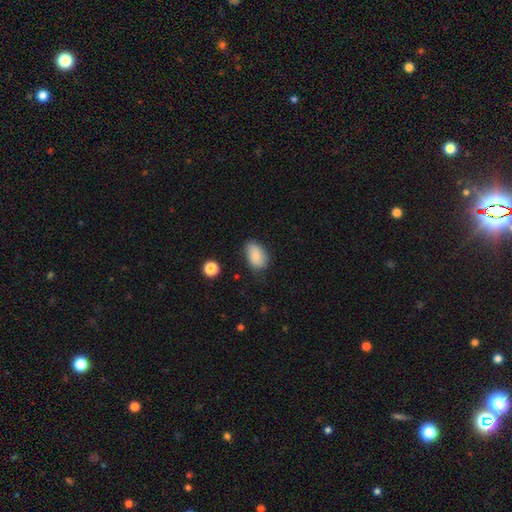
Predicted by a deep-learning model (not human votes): A smooth galaxy with no disk features (81%) that is in between round and cigar-shaped (87%). Merging: none (72%).